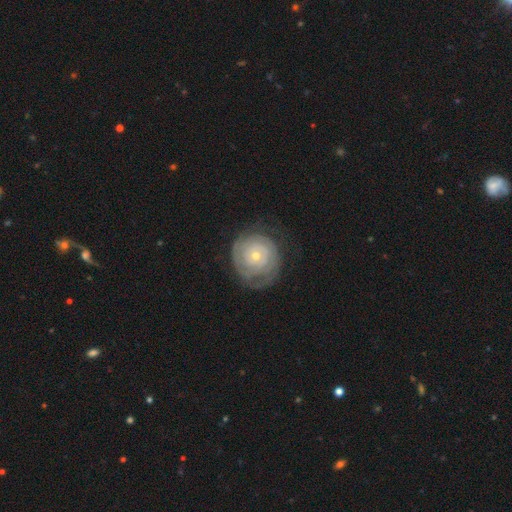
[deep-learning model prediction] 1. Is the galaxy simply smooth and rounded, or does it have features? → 81% featured or disk, 13% smooth, 6% star or artifact.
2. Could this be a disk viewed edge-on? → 97% no, 3% yes.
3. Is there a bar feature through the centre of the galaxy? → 81% no, 15% weak, 4% strong.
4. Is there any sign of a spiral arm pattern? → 92% yes, 8% no.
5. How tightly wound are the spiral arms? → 84% tight, 13% medium, 4% loose.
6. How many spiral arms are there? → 40% can't tell, 27% 2, 14% 3, 8% 4, 6% 1, 6% more than 4.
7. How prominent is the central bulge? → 66% small, 30% moderate, 1% large, 1% none, 1% dominant.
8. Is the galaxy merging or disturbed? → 72% none, 17% minor disturbance, 9% major disturbance, 1% merger.